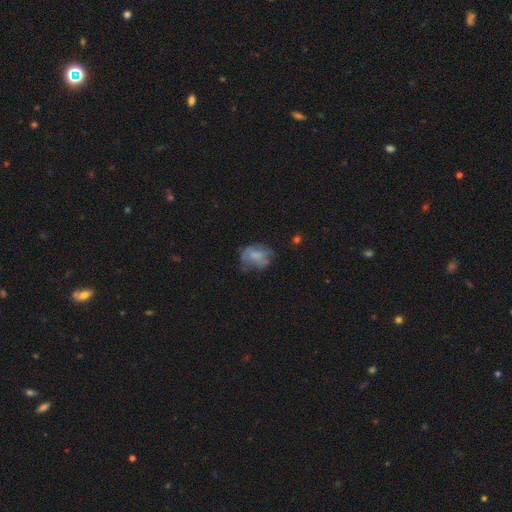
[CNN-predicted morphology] Overall: smooth (55%; featured or disk 34%). How rounded: in between (57%; round 42%). Merging: none (42%; minor disturbance 29%).